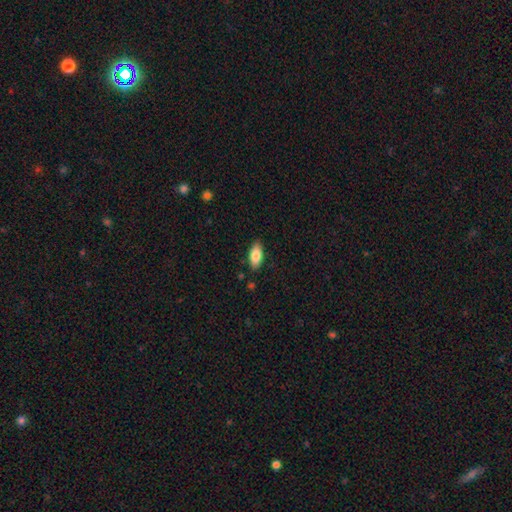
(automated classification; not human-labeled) Morphology: type=smooth (83%); roundness=in between (88%); merging=none (85%).